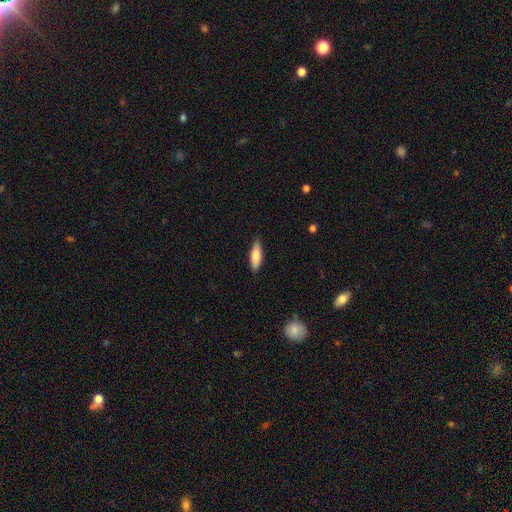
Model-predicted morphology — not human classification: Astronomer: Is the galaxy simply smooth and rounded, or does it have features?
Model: smooth — 74%.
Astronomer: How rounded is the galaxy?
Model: in between — 50% (runner-up: cigar-shaped, 48%).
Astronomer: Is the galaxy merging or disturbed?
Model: none — 85%.